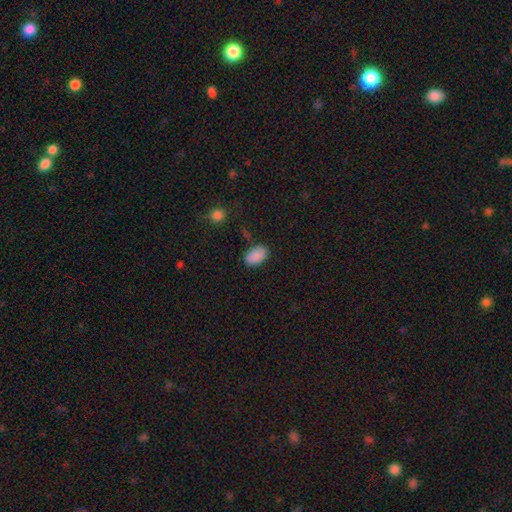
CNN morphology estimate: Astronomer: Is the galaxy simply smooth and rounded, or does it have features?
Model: smooth — 88%.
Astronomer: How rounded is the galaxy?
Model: in between — 92%.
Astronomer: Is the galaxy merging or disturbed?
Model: none — 78%.